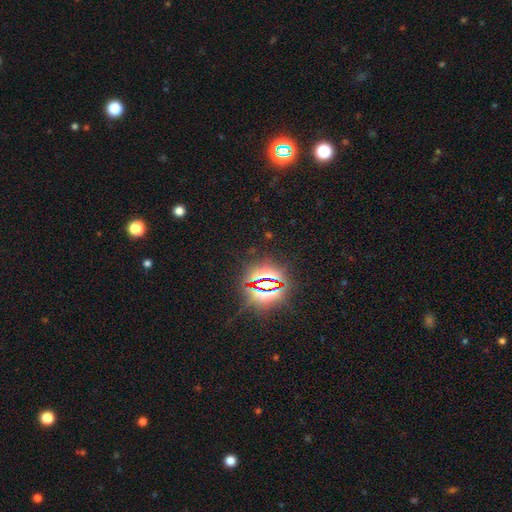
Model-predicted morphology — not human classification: smooth-or-featured: star or artifact: 84% | smooth: 10% | featured or disk: 6%